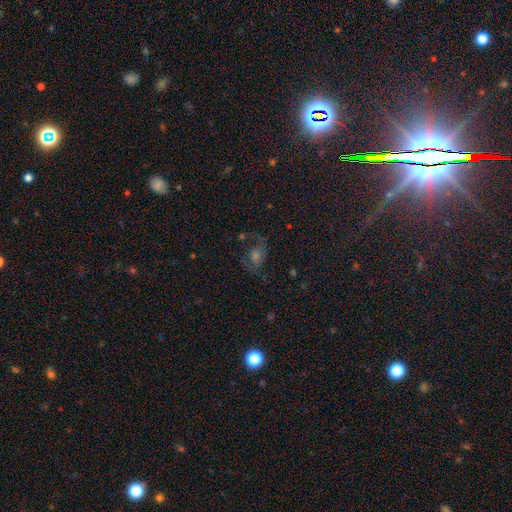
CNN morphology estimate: type=featured or disk (53%); edge-on=no (96%); bar=no (66%); spiral arms=yes (85%); bulge=moderate (50%); merging=none (63%).